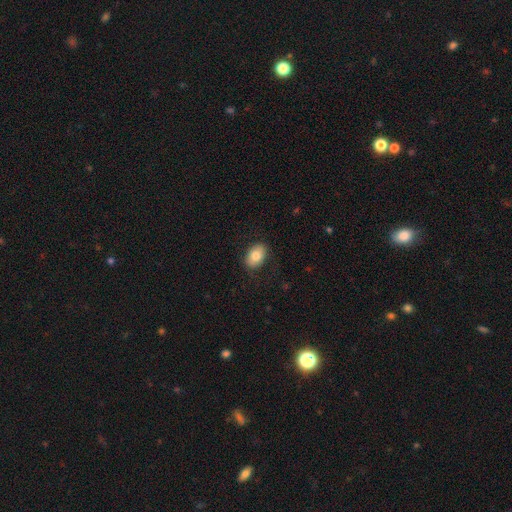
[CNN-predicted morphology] This is clearly a smooth galaxy (80%). How rounded: clearly in between (85%). Merging: clearly none (85%).